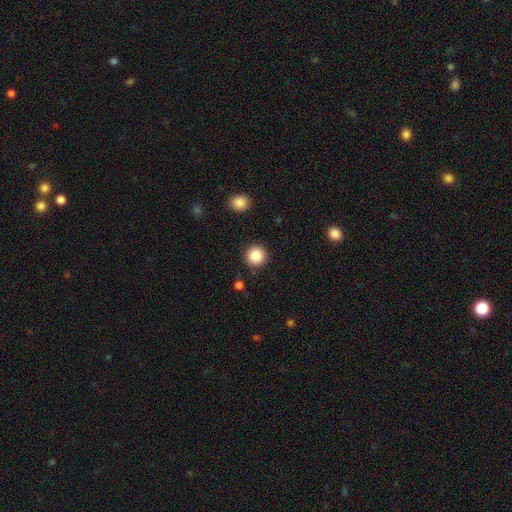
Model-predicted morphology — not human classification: This appears to be a smooth galaxy with no disk features (87%) that is round (95%). Merging: none (90%).